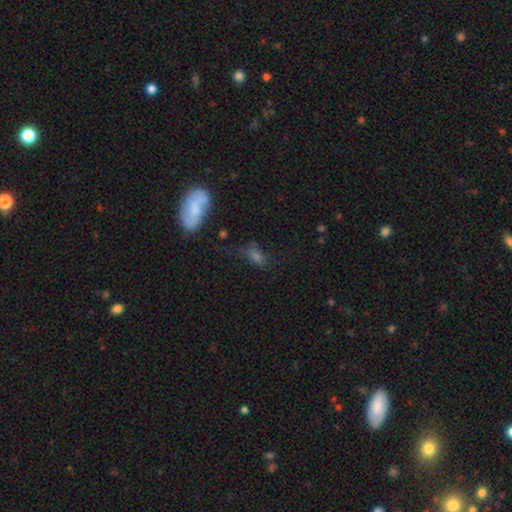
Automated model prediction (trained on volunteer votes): Morphology: type=smooth (60%); roundness=in between (78%); merging=none (51%).